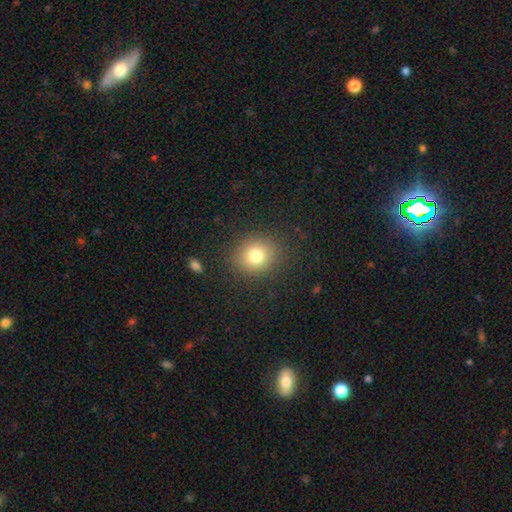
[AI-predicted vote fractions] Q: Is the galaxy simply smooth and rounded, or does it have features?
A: smooth — 78%.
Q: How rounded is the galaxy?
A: round — 79%.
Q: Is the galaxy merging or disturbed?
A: none — 87%.